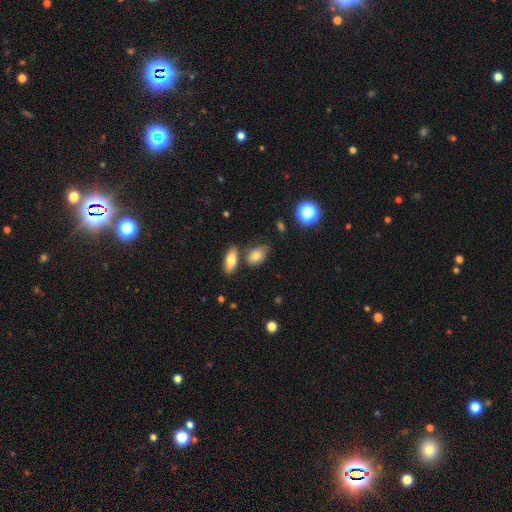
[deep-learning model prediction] Morphology: type=smooth (79%); roundness=in between (87%); merging=none (65%).